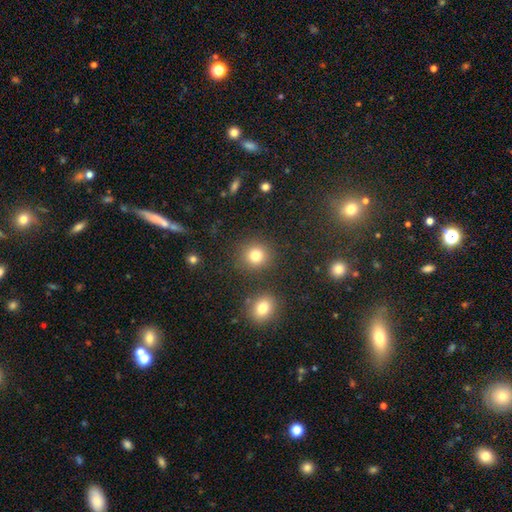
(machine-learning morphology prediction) A smooth galaxy with no disk features (80%) that is round (89%).

Vote fractions:
- Smooth or featured? smooth: 80% / star or artifact: 14% / featured or disk: 6%
- How rounded? round: 89% / in between: 9% / cigar-shaped: 1%
- Merging? none: 85% / minor disturbance: 7% / merger: 5% / major disturbance: 3%